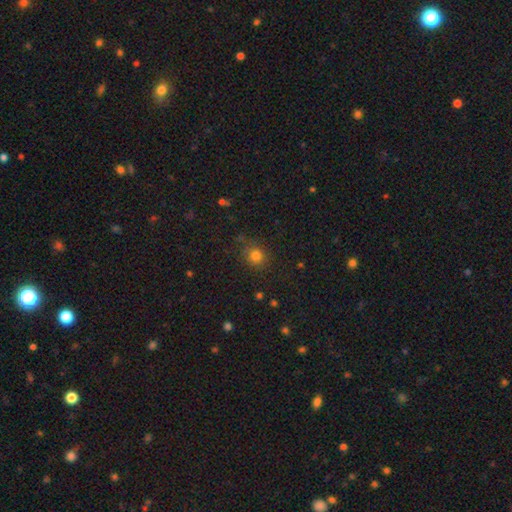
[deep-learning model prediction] smooth_or_featured: smooth (p=0.78) [alt: star or artifact p=0.16]
how_rounded: round (p=0.87) [alt: in between p=0.12]
merging: none (p=0.81) [alt: minor disturbance p=0.12]